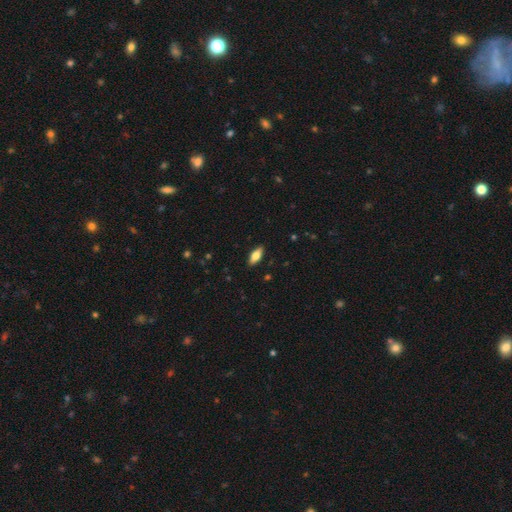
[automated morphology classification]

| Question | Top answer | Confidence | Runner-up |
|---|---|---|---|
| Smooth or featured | smooth | 73% | featured or disk (20%) |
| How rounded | in between | 81% | cigar-shaped (16%) |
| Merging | none | 89% | minor disturbance (8%) |